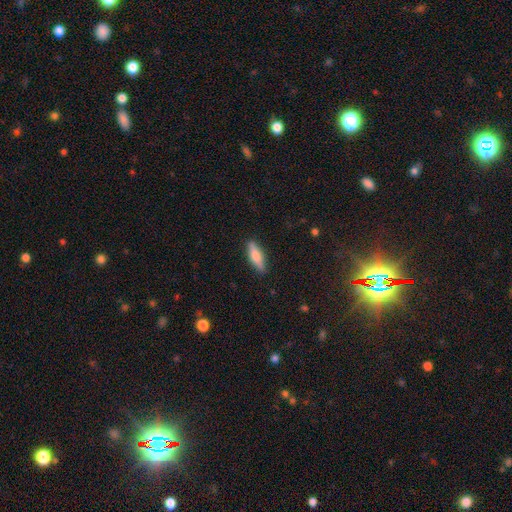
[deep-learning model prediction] Morphology: type=smooth (70%); roundness=cigar-shaped (61%); merging=none (88%).